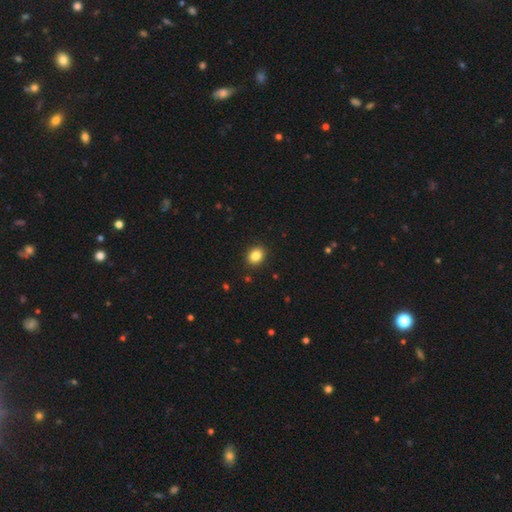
Volunteers were most divided on "how rounded": round: 52%, in between: 48%, cigar-shaped: 0%. More confident: merging — none (91%); smooth or featured — smooth (87%).